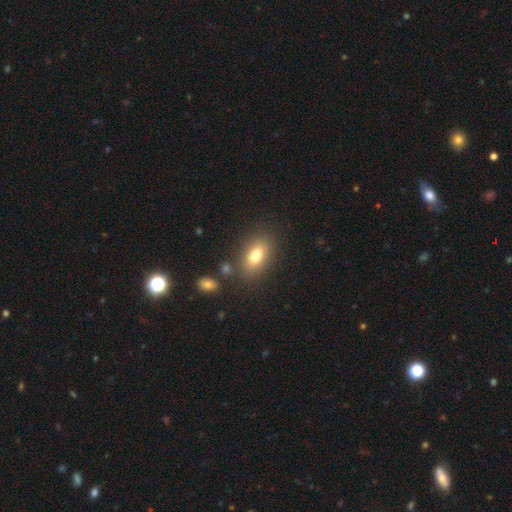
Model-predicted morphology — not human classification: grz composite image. It shows a smooth galaxy with no disk features (75%) that is in between round and cigar-shaped (84%). Merging: none (81%).